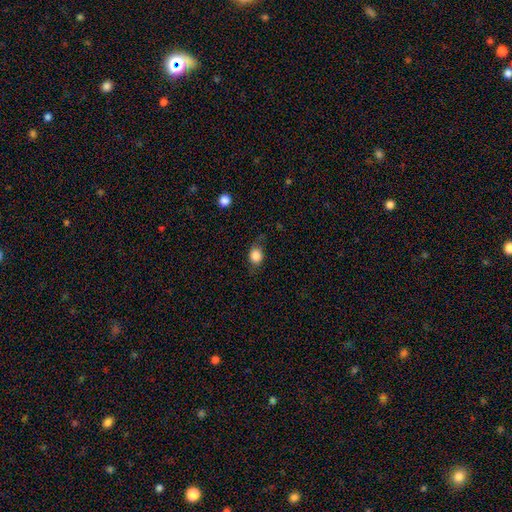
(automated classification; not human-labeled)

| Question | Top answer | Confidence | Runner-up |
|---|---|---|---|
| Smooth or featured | smooth | 80% | featured or disk (11%) |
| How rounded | round | 57% | in between (41%) |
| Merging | none | 63% | minor disturbance (26%) |